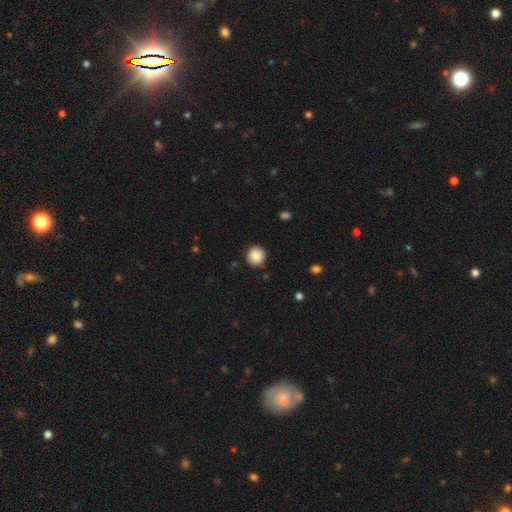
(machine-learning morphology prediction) Overall: smooth (85%). How rounded: round (92%). Merging: none (91%).